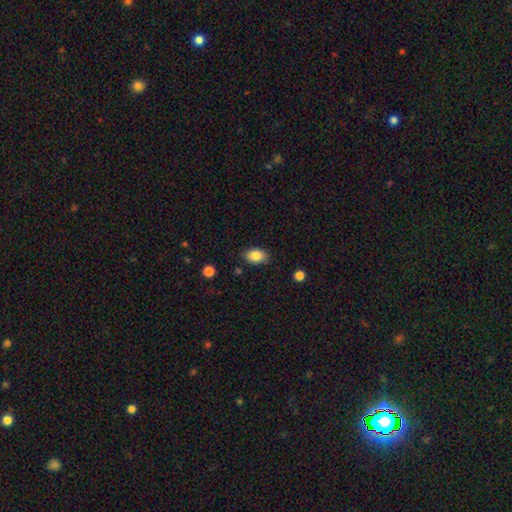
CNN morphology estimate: Overall: smooth (85%). How rounded: in between (84%). Merging: none (83%).